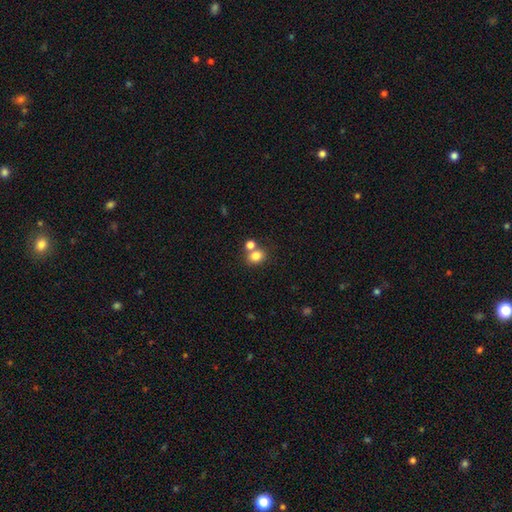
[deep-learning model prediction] Smooth or featured: smooth — 81% (star or artifact — 11%)
How rounded: round — 58% (in between — 41%)
Merging: none — 51% (merger — 37%)